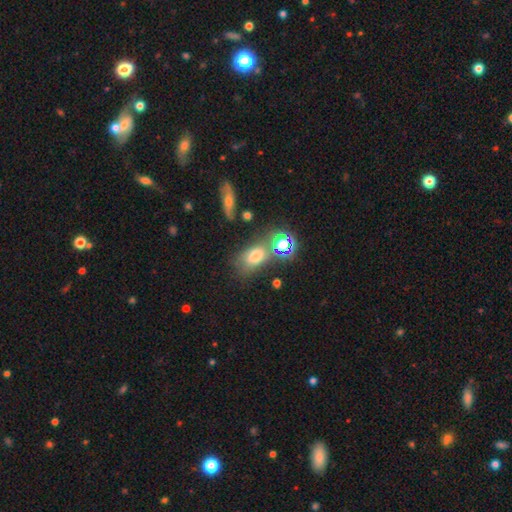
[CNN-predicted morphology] A smooth galaxy with no disk features (65%) that is in between round and cigar-shaped (74%). Merging: none (52%).